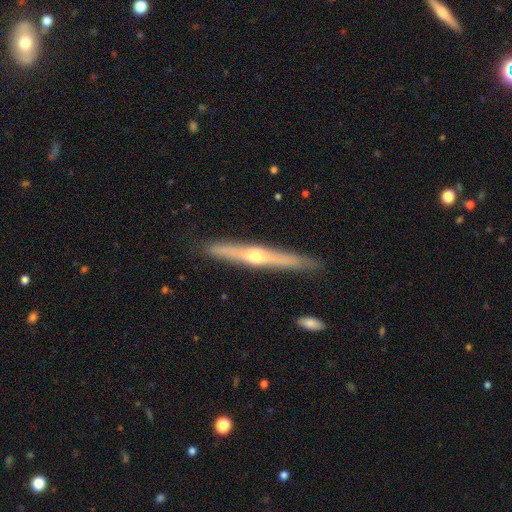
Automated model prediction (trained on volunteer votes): smooth-or-featured: featured or disk: 70% | smooth: 24% | star or artifact: 6%
  disk-edge-on: yes: 96% | no: 4%
    edge-on-bulge: rounded: 87% | none: 11% | boxy: 3%
  merging: none: 89% | minor disturbance: 8% | major disturbance: 2% | merger: 1%